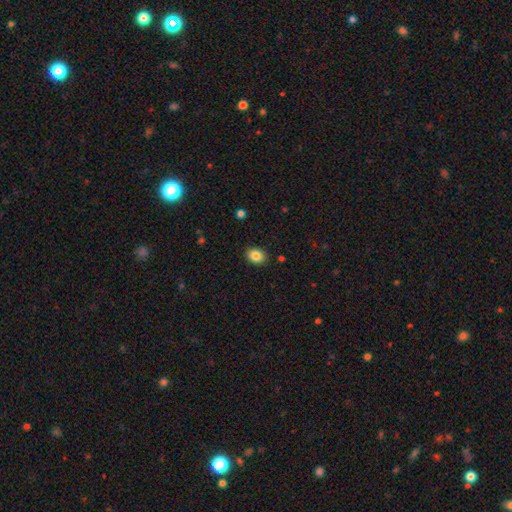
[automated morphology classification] A smooth galaxy with no disk features (85%) that is in between round and cigar-shaped (58%).

Vote fractions:
- Smooth or featured? smooth: 85% / star or artifact: 9% / featured or disk: 5%
- How rounded? in between: 58% / round: 41% / cigar-shaped: 1%
- Merging? none: 89% / minor disturbance: 8% / major disturbance: 2% / merger: 1%